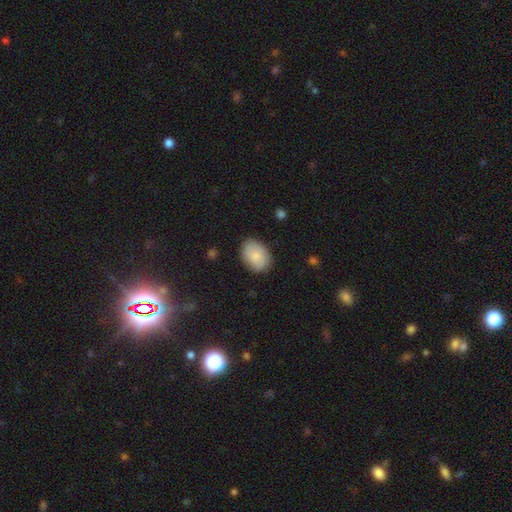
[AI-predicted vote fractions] Smooth or featured: smooth — 82% (featured or disk — 11%)
How rounded: in between — 76% (round — 23%)
Merging: none — 82% (minor disturbance — 14%)